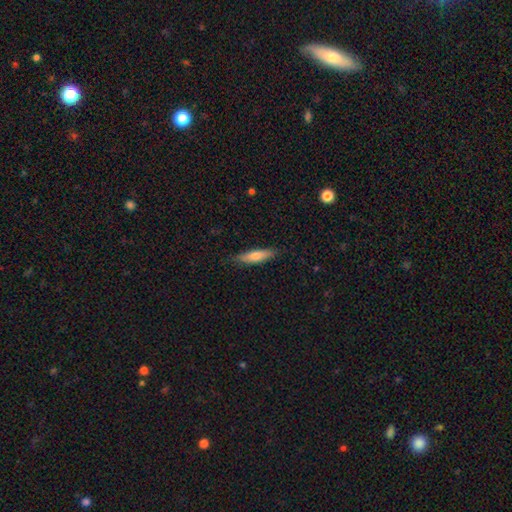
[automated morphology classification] smooth 69%, featured or disk 25%, star or artifact 6%. Down the decision tree: how rounded — cigar-shaped (70%); merging — none (86%).